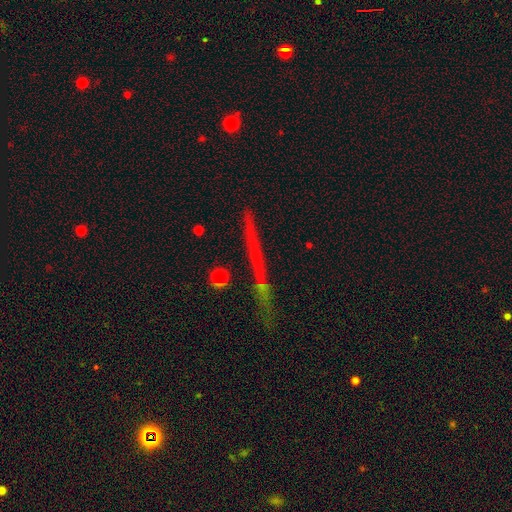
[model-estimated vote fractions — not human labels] Overall: featured or disk (41%; smooth 36%). Merging: none (85%).